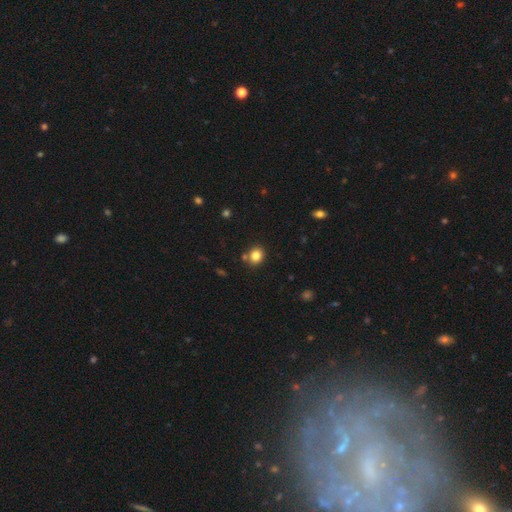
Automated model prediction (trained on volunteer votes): Smooth or featured: smooth — 83% (star or artifact — 11%)
How rounded: round — 72% (in between — 27%)
Merging: none — 78% (minor disturbance — 10%)